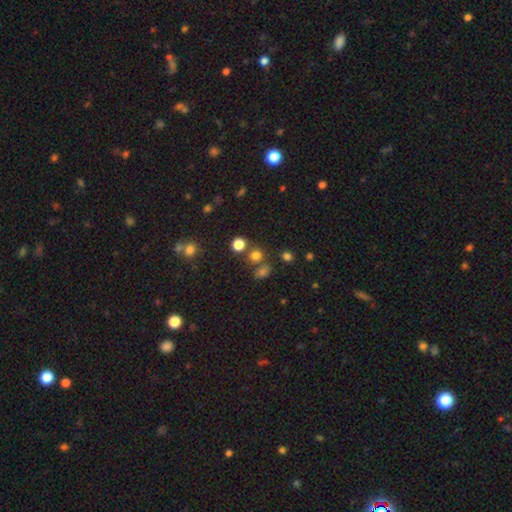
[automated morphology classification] Smooth or featured: smooth — 71% (star or artifact — 23%)
How rounded: round — 85% (in between — 14%)
Merging: none — 70% (merger — 17%)